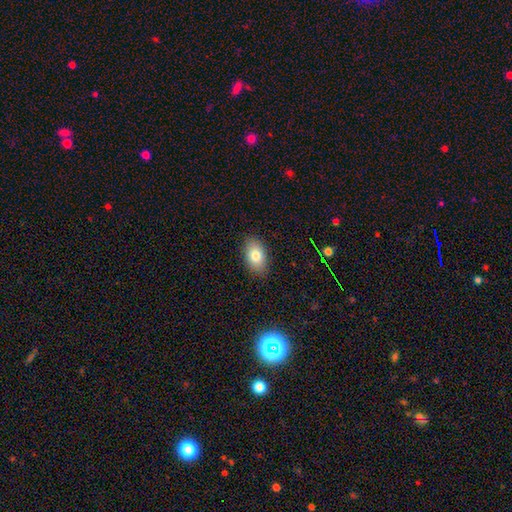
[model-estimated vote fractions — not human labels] Overall: smooth (79%). How rounded: in between (90%). Merging: none (87%).